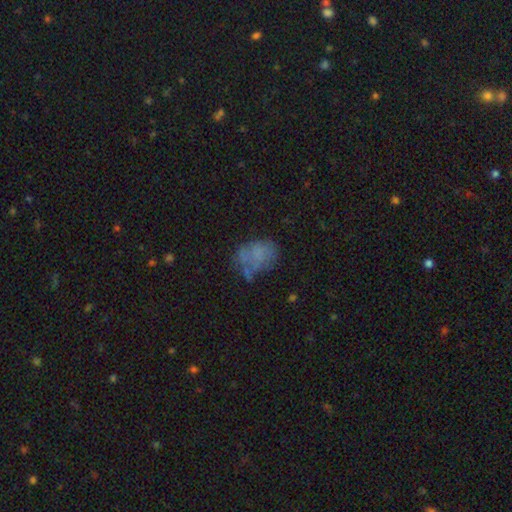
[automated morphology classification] type=smooth (54%); roundness=in between (74%); merging=none (41%).